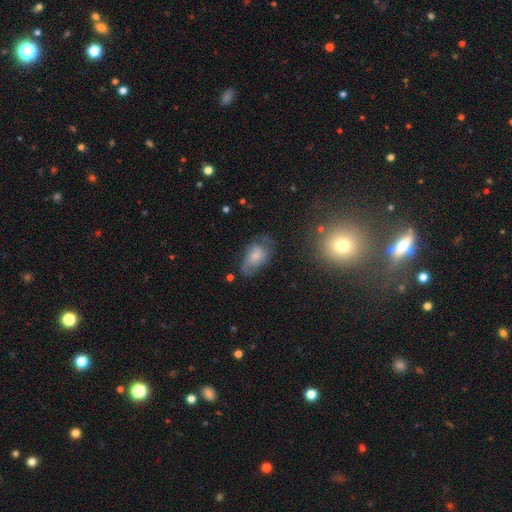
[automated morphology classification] Smooth or featured? Predicted: smooth (p=0.50). Merging? Predicted: none (p=0.49).